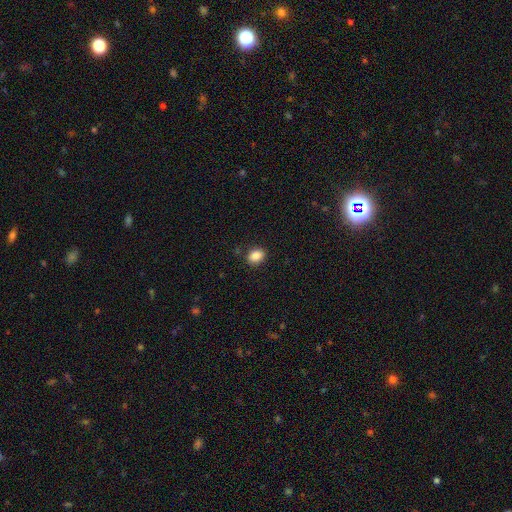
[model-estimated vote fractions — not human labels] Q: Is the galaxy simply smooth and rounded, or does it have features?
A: smooth — 86%.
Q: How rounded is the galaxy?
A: in between — 64%.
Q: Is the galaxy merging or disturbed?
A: none — 87%.